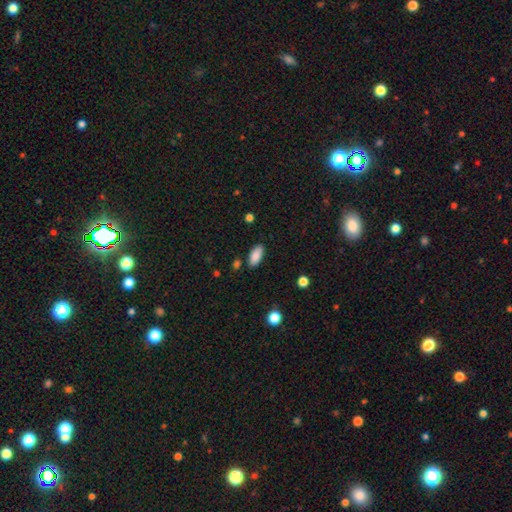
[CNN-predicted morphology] Smooth or featured? Predicted: smooth (p=0.87). How rounded? Predicted: in between (p=0.89). Merging? Predicted: none (p=0.84).